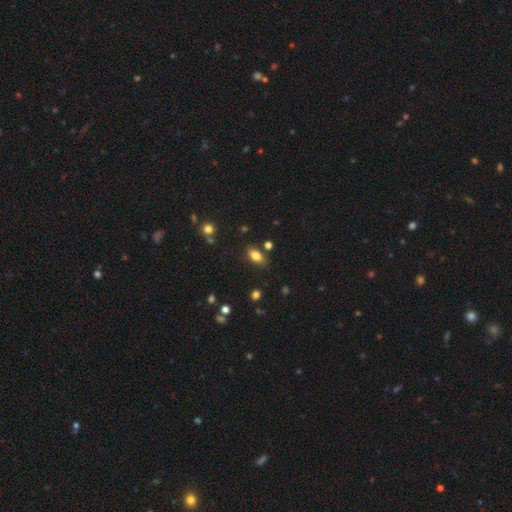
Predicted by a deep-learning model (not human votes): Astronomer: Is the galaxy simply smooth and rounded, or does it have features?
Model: smooth — 82%.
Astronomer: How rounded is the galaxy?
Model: in between — 88%.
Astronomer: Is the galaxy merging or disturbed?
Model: none — 80%.